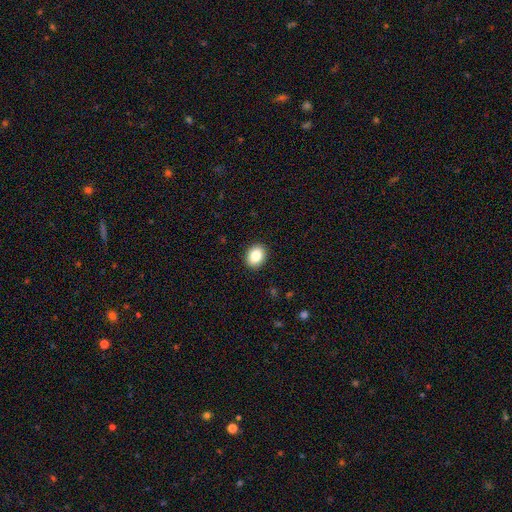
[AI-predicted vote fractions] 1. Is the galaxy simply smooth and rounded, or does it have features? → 86% smooth, 8% star or artifact, 6% featured or disk.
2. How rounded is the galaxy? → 53% in between, 46% round, 1% cigar-shaped.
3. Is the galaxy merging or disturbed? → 91% none, 6% minor disturbance, 2% major disturbance, 1% merger.